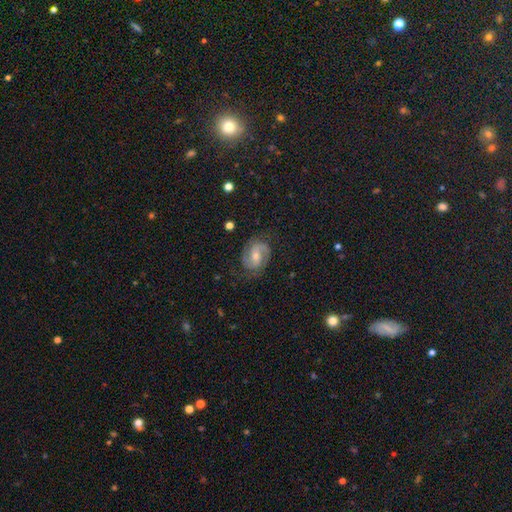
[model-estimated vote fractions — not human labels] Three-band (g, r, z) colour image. It shows a featured or disk galaxy (79%) with a weak bar (47%), 2 (86%) medium (49%) spiral arms (95%) and a moderate central bulge (53%). Merging: none (75%).